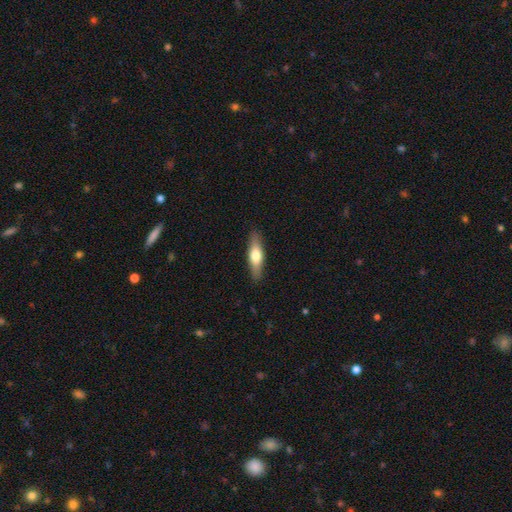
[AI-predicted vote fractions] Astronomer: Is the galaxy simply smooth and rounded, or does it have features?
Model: smooth — 60%.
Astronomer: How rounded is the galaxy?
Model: cigar-shaped — 62%.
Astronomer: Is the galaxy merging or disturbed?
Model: none — 88%.